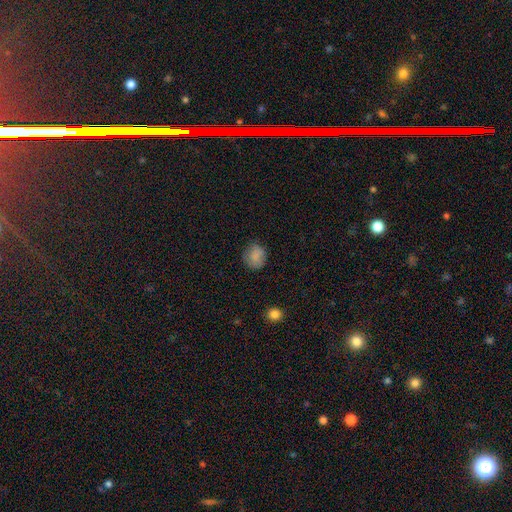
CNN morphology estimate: This appears to be a smooth galaxy with no disk features (83%) that is round (75%). Merging: none (77%).